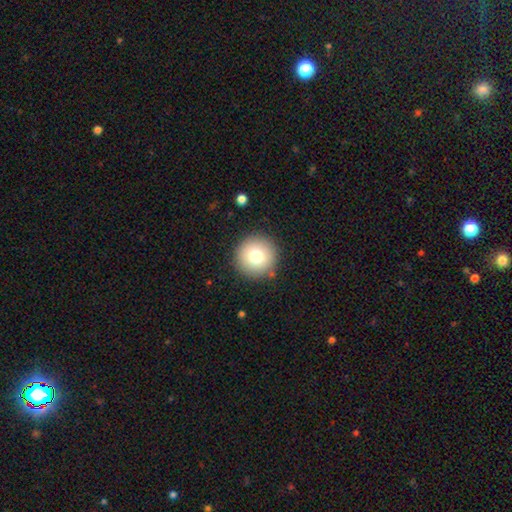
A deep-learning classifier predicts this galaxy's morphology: Smooth or featured: smooth — 77% (featured or disk — 13%)
How rounded: round — 96% (in between — 3%)
Merging: none — 89% (minor disturbance — 7%)